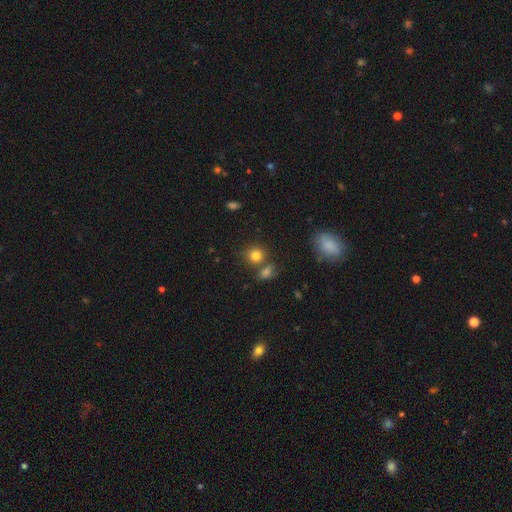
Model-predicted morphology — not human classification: Smooth or featured: smooth — 81% (star or artifact — 12%)
How rounded: round — 80% (in between — 19%)
Merging: none — 66% (merger — 20%)